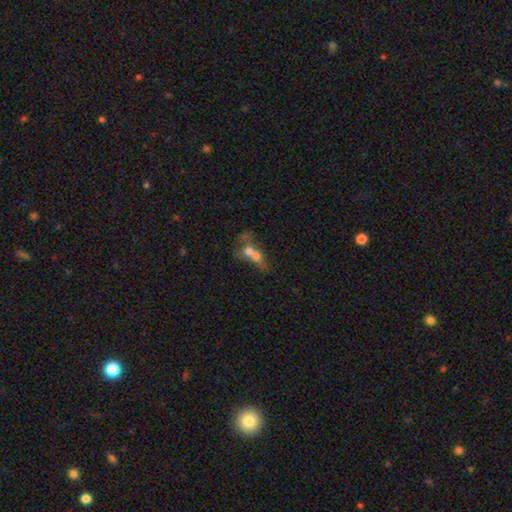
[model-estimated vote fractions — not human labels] Q: Smooth or featured?
A: smooth (54%); runner-up: featured or disk (33%)
Q: How rounded?
A: in between (45%); tied with: round (45%)
Q: Merging?
A: merger (72%); runner-up: none (14%)